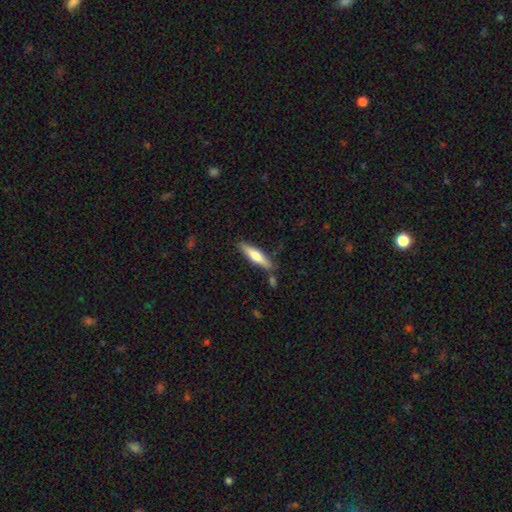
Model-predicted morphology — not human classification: smooth 61%, featured or disk 34%, star or artifact 5%. Down the decision tree: how rounded — cigar-shaped (75%); merging — none (80%).